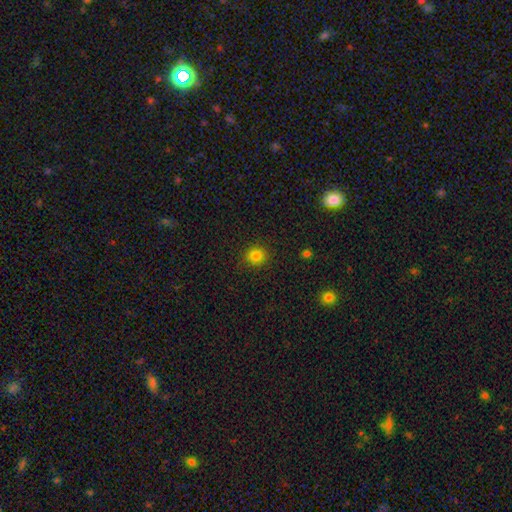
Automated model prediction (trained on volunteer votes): This is clearly a smooth galaxy (83%). How rounded: clearly round (86%). Merging: clearly none (88%).